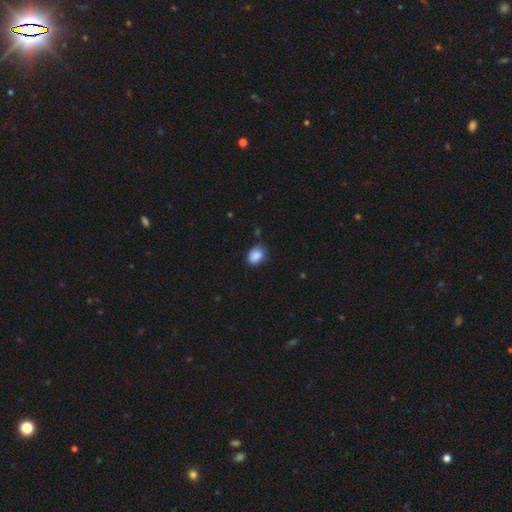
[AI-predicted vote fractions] smooth_or_featured: smooth (p=0.88) [alt: star or artifact p=0.08]
how_rounded: in between (p=0.71) [alt: round p=0.27]
merging: none (p=0.73) [alt: minor disturbance p=0.21]